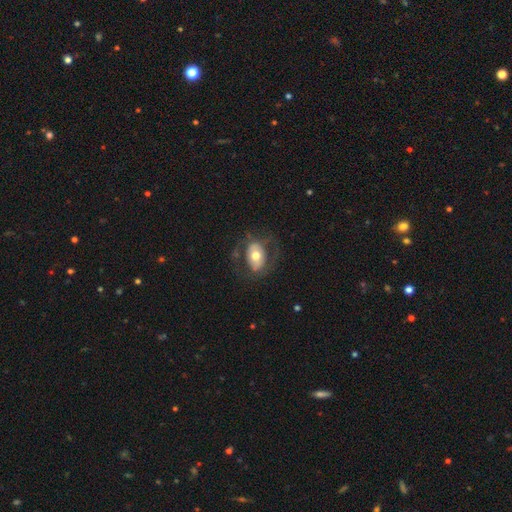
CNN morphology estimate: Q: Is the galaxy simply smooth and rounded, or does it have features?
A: smooth — 51%.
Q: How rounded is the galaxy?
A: in between — 80%.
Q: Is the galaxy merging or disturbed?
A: none — 65%.